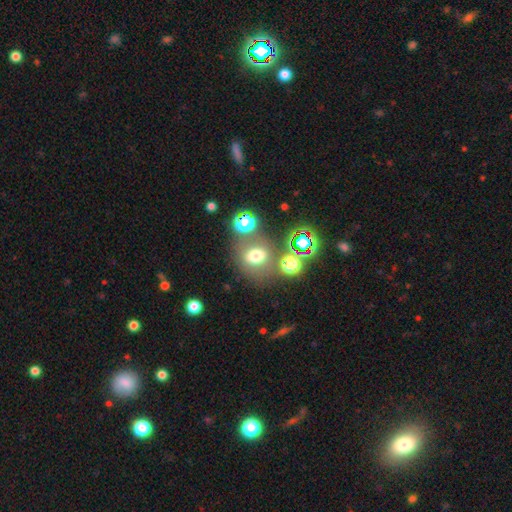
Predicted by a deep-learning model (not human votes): This appears to be a smooth galaxy with no disk features (60%) that is round (60%). Merging: none (64%).